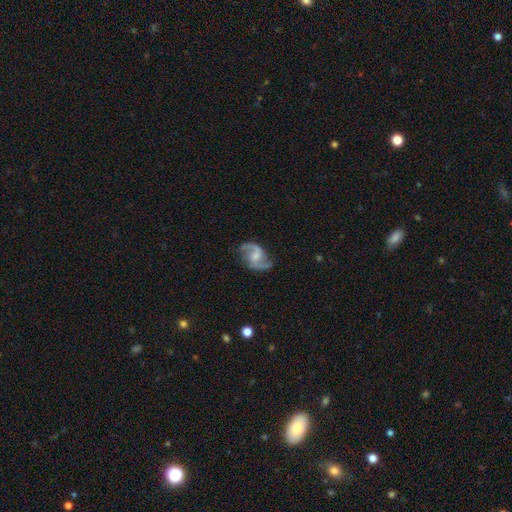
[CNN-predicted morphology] smooth-or-featured: featured or disk: 89% | smooth: 6% | star or artifact: 5%
  disk-edge-on: no: 98% | yes: 2%
    bar: weak: 48% | no: 41% | strong: 11%
    has-spiral-arms: yes: 97% | no: 3%
      spiral-winding: loose: 48% | medium: 44% | tight: 8%
      spiral-arm-count: 2: 93% | can't tell: 2% | 1: 2% | 3: 1% | 4: 1% | more than 4: 1%
    bulge-size: moderate: 37% (tied) | small: 37% (tied) | none: 20% | large: 5% | dominant: 1%
  merging: none: 77% | minor disturbance: 15% | major disturbance: 6% | merger: 2%